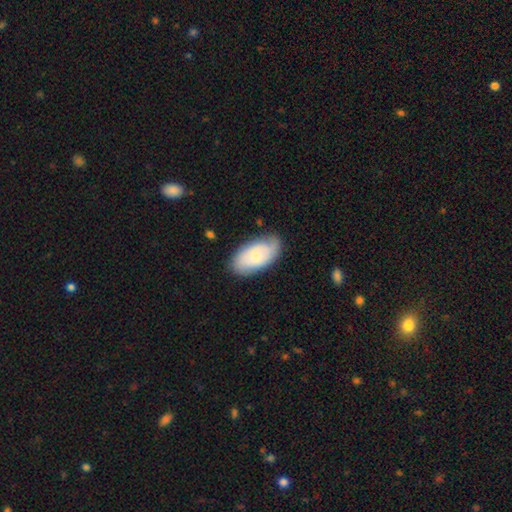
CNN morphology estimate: Smooth or featured? Predicted: smooth (p=0.57). How rounded? Predicted: in between (p=0.94). Merging? Predicted: none (p=0.75).